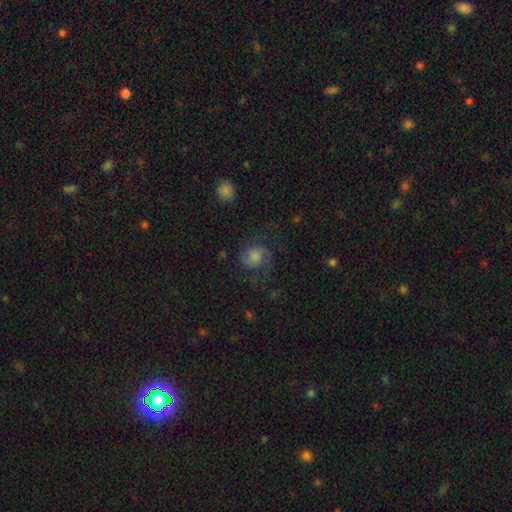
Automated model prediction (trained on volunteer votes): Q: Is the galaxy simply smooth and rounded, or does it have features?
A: featured or disk — 55%.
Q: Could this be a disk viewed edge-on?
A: no — 98%.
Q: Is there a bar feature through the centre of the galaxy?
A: no — 69%.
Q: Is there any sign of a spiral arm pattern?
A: yes — 92%.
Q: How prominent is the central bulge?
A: moderate — 37%.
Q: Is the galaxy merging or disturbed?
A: none — 65%.